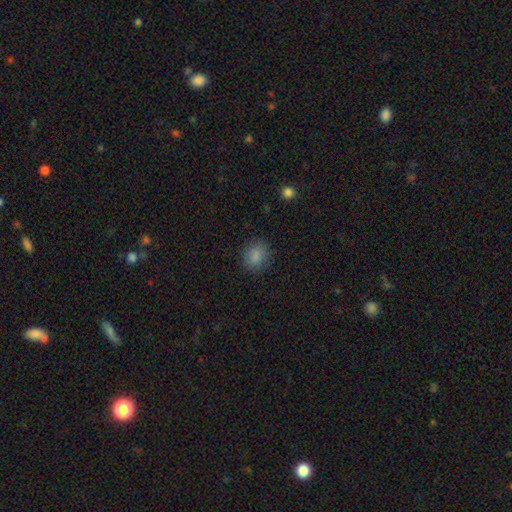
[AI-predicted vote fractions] smooth-or-featured: smooth: 86% | star or artifact: 10% | featured or disk: 4%
  how-rounded: round: 67% | in between: 32% | cigar-shaped: 1%
  merging: none: 86% | minor disturbance: 10% | major disturbance: 3% | merger: 1%